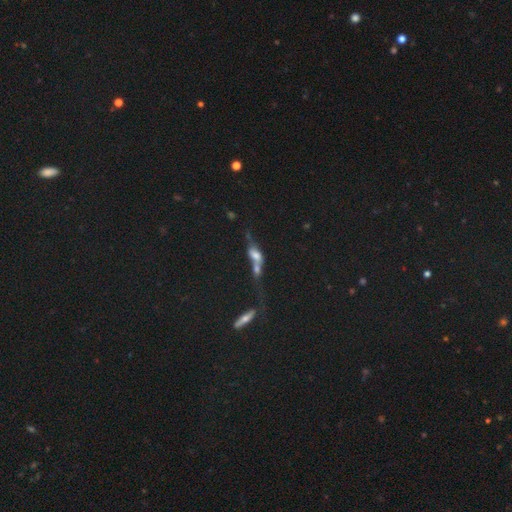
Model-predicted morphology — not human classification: type=smooth (45%); merging=merger (66%).